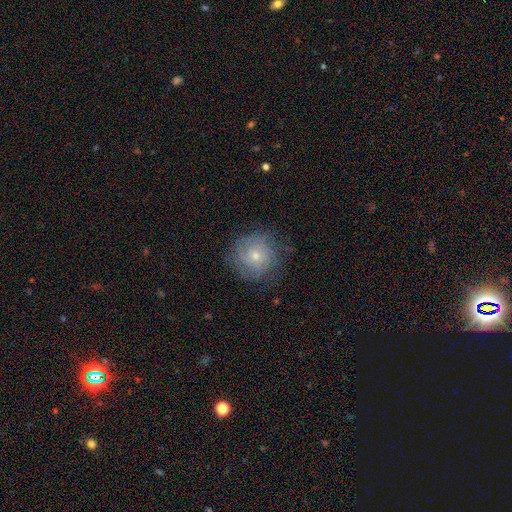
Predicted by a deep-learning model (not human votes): smooth_or_featured: smooth (p=0.56) [alt: featured or disk p=0.34]
how_rounded: round (p=0.93) [alt: in between p=0.06]
merging: none (p=0.76) [alt: minor disturbance p=0.16]